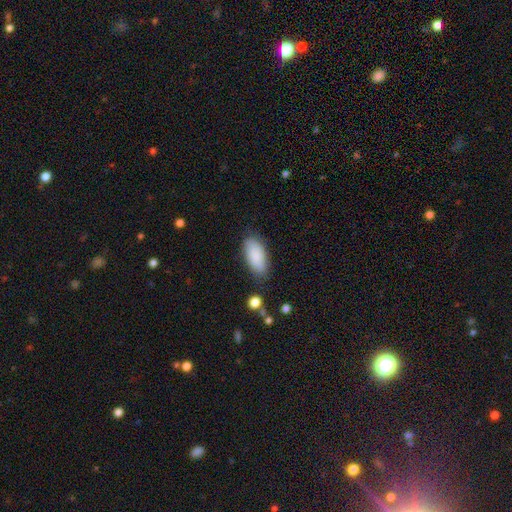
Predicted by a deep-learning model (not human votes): A smooth galaxy with no disk features (86%) that is in between round and cigar-shaped (88%).

Vote fractions:
- Smooth or featured? smooth: 86% / featured or disk: 8% / star or artifact: 6%
- How rounded? in between: 88% / cigar-shaped: 10% / round: 2%
- Merging? none: 78% / minor disturbance: 16% / major disturbance: 4% / merger: 2%